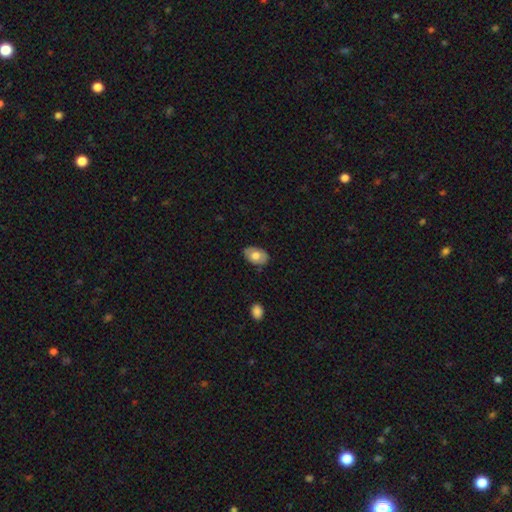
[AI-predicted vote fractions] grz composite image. It shows a smooth galaxy with no disk features (70%) that is in between round and cigar-shaped (89%). Merging: none (79%).